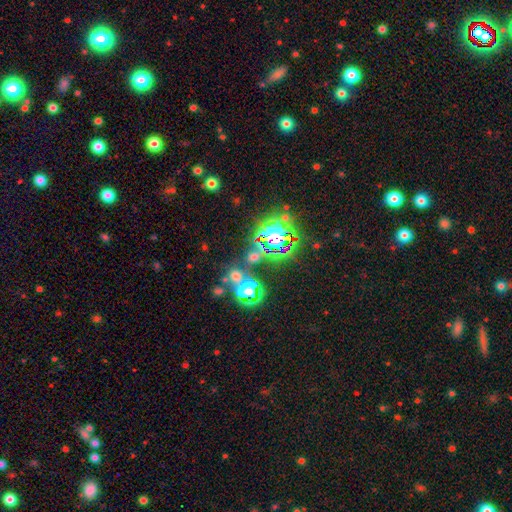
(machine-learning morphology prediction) smooth_or_featured: star or artifact (p=0.73) [alt: smooth p=0.18]